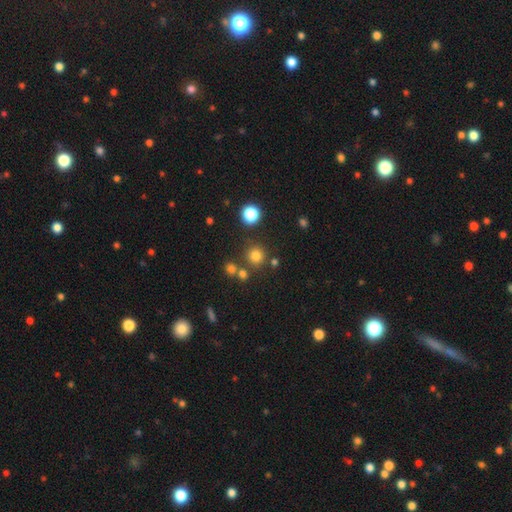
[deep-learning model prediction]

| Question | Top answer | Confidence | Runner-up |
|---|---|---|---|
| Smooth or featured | smooth | 76% | star or artifact (18%) |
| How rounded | round | 93% | in between (6%) |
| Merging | none | 79% | merger (9%) |